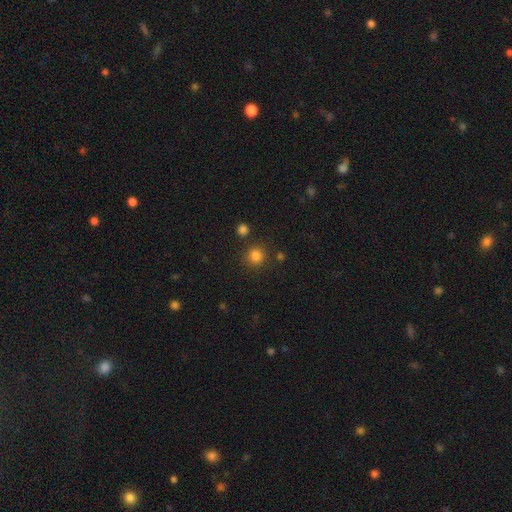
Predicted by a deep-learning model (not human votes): Smooth or featured?
  - smooth: 82% *
  - star or artifact: 14%
  - featured or disk: 4%
How rounded?
  - round: 92% *
  - in between: 7%
  - cigar-shaped: 1%
Merging?
  - none: 83% *
  - minor disturbance: 8%
  - merger: 6%
  - major disturbance: 3%